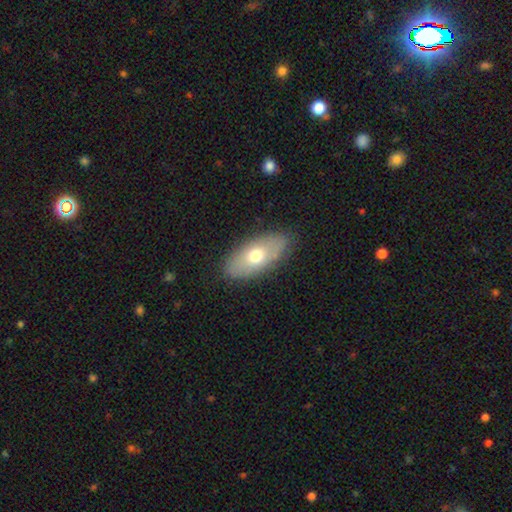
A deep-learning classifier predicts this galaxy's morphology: A smooth galaxy with no disk features (65%) that is in between round and cigar-shaped (87%).

Vote fractions:
- Smooth or featured? smooth: 65% / featured or disk: 28% / star or artifact: 6%
- How rounded? in between: 87% / cigar-shaped: 9% / round: 4%
- Merging? none: 83% / minor disturbance: 12% / major disturbance: 3% / merger: 1%